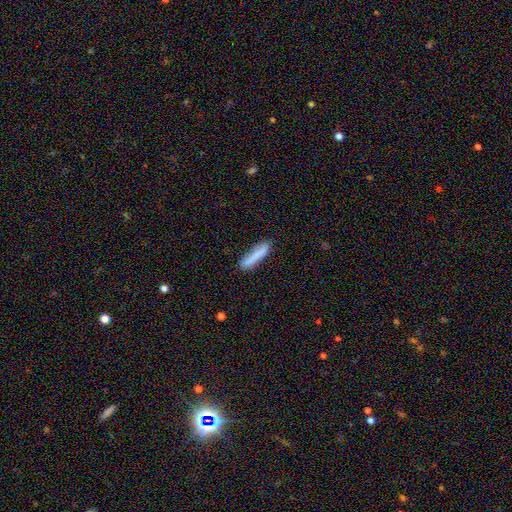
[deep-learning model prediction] This appears to be a smooth galaxy with no disk features (80%) that is cigar-shaped (88%). Merging: none (81%).